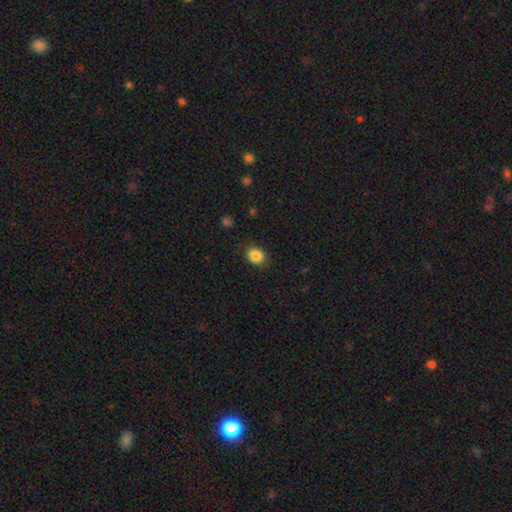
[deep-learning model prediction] Q: Smooth or featured?
A: smooth (87%); runner-up: star or artifact (9%)
Q: How rounded?
A: round (50%); runner-up: in between (49%)
Q: Merging?
A: none (85%); runner-up: minor disturbance (11%)